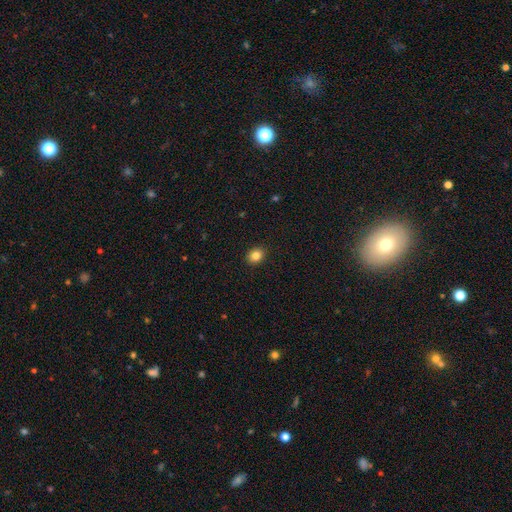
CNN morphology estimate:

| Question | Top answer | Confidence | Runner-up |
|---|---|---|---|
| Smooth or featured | smooth | 84% | star or artifact (11%) |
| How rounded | round | 54% | in between (46%) |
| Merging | none | 91% | minor disturbance (7%) |